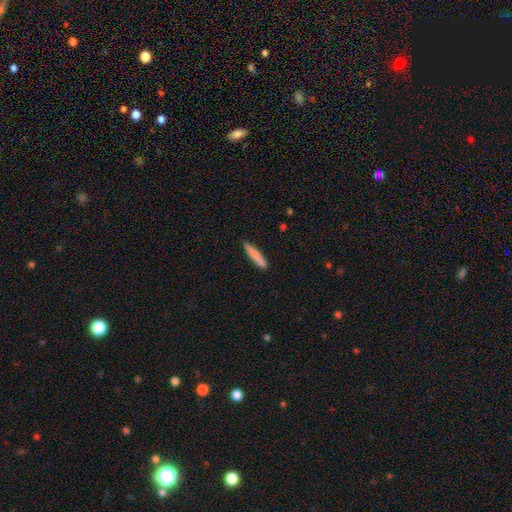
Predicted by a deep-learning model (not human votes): Smooth or featured: smooth — 82% (featured or disk — 13%)
How rounded: cigar-shaped — 91% (in between — 8%)
Merging: none — 88% (minor disturbance — 9%)